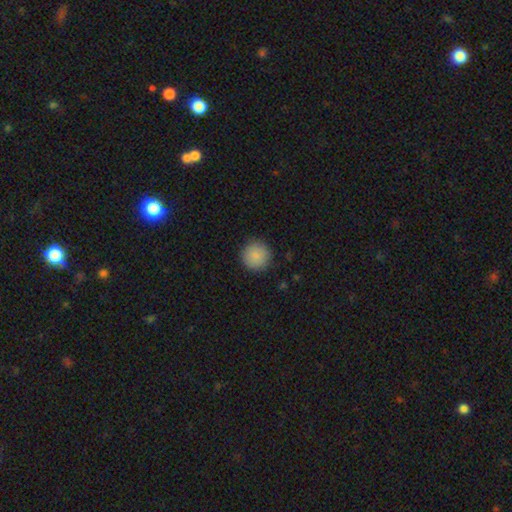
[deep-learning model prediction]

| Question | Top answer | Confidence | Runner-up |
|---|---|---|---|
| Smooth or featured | smooth | 86% | star or artifact (8%) |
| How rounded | round | 95% | in between (4%) |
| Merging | none | 89% | minor disturbance (8%) |